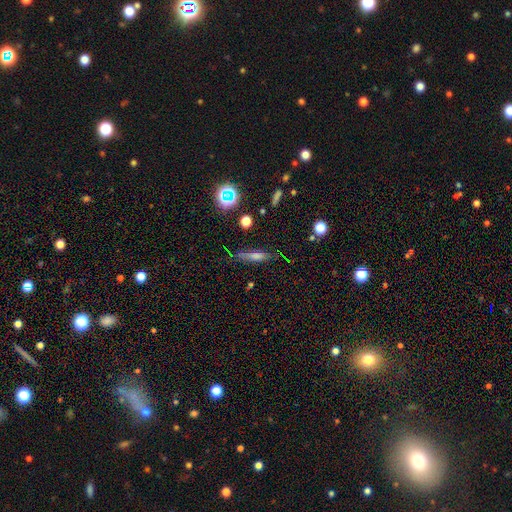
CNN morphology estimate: type=smooth (49%); merging=none (74%).